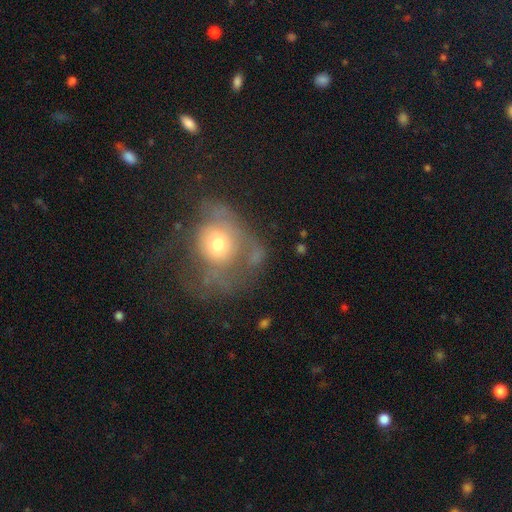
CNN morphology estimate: Smooth or featured? Predicted: smooth (p=0.48). Merging? Predicted: major disturbance (p=0.47).